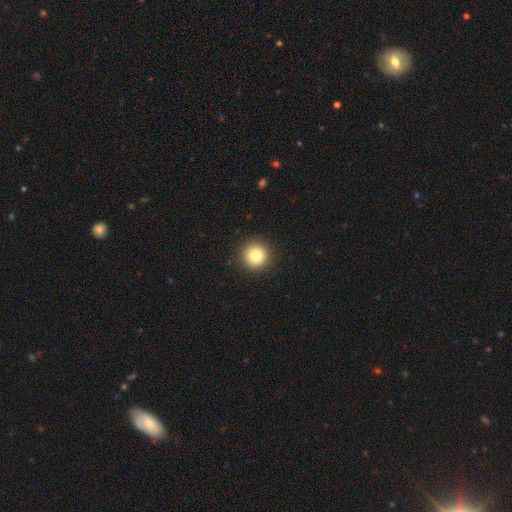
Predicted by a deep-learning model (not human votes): Smooth or featured?
  - smooth: 85% *
  - star or artifact: 9%
  - featured or disk: 5%
How rounded?
  - round: 95% *
  - in between: 4%
  - cigar-shaped: 1%
Merging?
  - none: 92% *
  - minor disturbance: 5%
  - major disturbance: 2%
  - merger: 1%